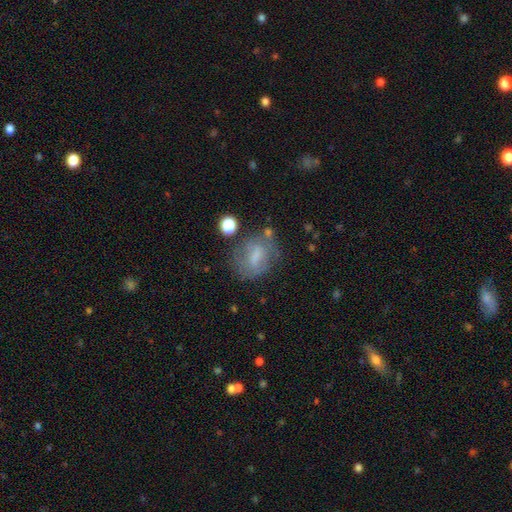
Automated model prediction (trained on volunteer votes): This is possibly a smooth galaxy (52%). How rounded: likely in between (63%). Merging: possibly none (54%).